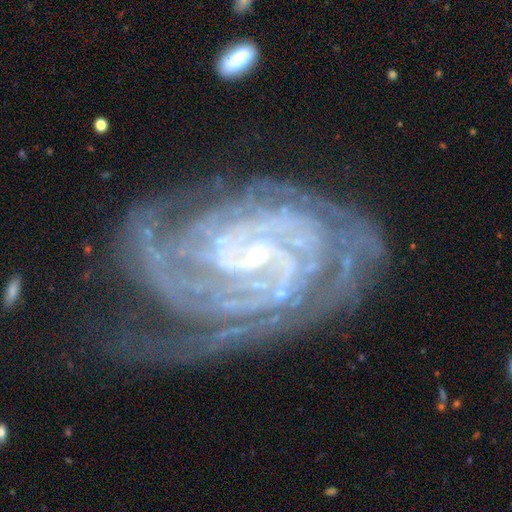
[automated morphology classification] type=featured or disk (91%); edge-on=no (97%); bar=no (48%); spiral arms=yes (98%); winding=tight (80%); arm count=4 (22%); bulge=small (84%); merging=none (60%).